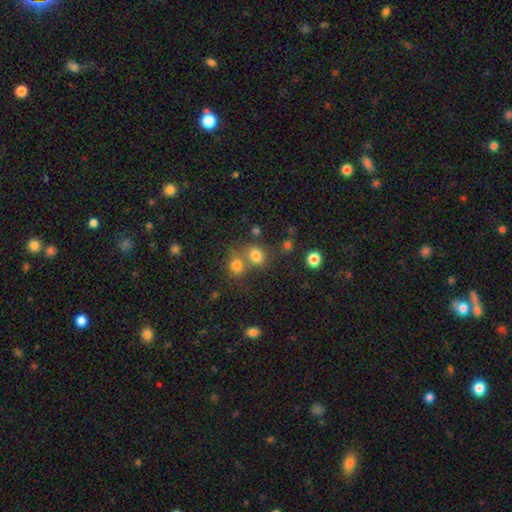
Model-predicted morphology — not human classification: A smooth galaxy with no disk features (78%) that is round (49%, tied with in between).

Vote fractions:
- Smooth or featured? smooth: 78% / star or artifact: 15% / featured or disk: 8%
- How rounded? round: 49% (tied) / in between: 49% (tied) / cigar-shaped: 1%
- Merging? none: 47% / merger: 39% / minor disturbance: 10% / major disturbance: 5%